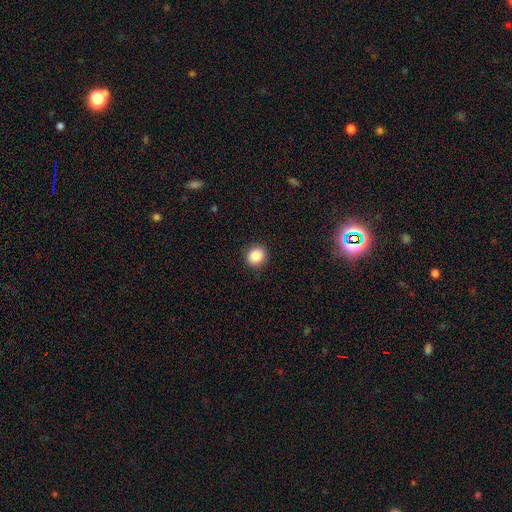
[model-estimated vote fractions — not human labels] Morphology: type=smooth (87%); roundness=round (84%); merging=none (91%).